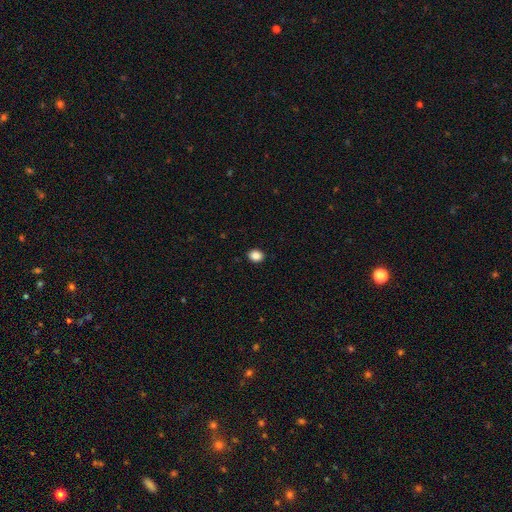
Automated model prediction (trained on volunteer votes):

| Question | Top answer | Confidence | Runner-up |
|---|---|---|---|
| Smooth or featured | smooth | 87% | star or artifact (10%) |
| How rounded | round | 59% | in between (41%) |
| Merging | none | 91% | minor disturbance (6%) |